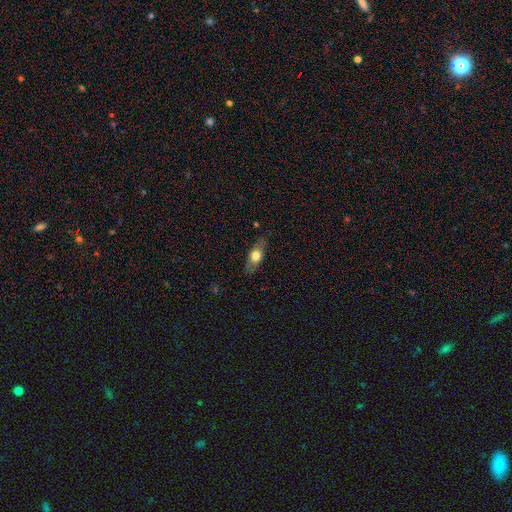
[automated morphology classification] smooth-or-featured: smooth: 62% | featured or disk: 30% | star or artifact: 7%
  how-rounded: in between: 68% | cigar-shaped: 21% | round: 10%
  merging: none: 78% | minor disturbance: 16% | major disturbance: 5% | merger: 1%